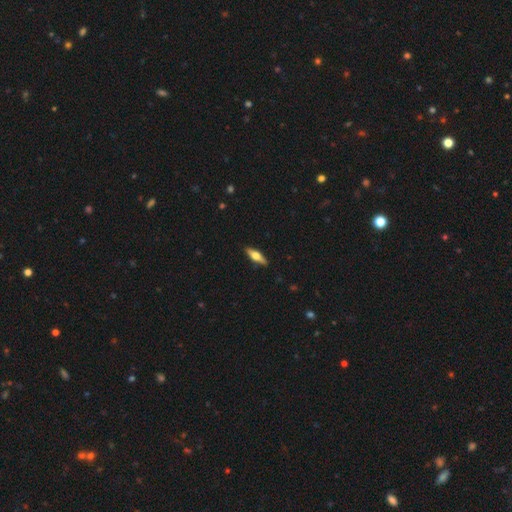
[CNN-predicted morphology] smooth_or_featured: featured or disk (p=0.56) [alt: smooth p=0.38]
disk_edge_on: yes (p=0.94) [alt: no p=0.06]
edge_on_bulge: rounded (p=0.94) [alt: boxy p=0.04]
merging: none (p=0.90) [alt: minor disturbance p=0.08]